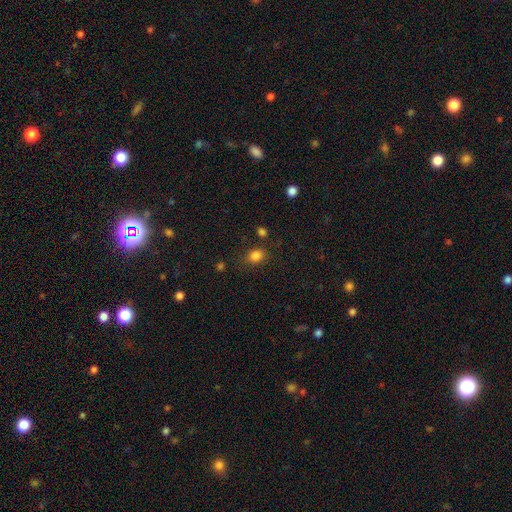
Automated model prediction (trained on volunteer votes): smooth 83%, star or artifact 12%, featured or disk 5%. Down the decision tree: how rounded — in between (56%); merging — none (78%).